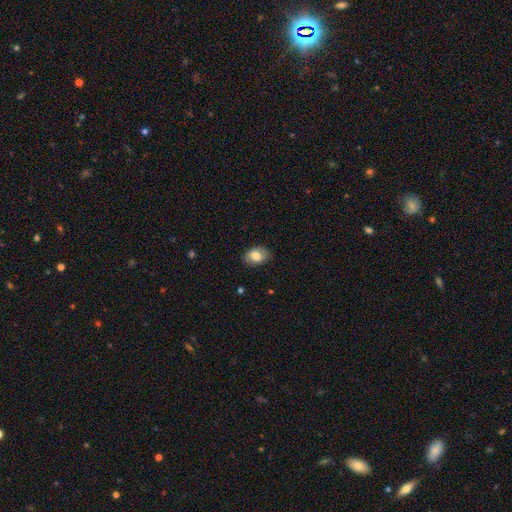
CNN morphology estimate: Smooth or featured? smooth (80%)
How rounded? in between (83%)
Merging? none (83%)